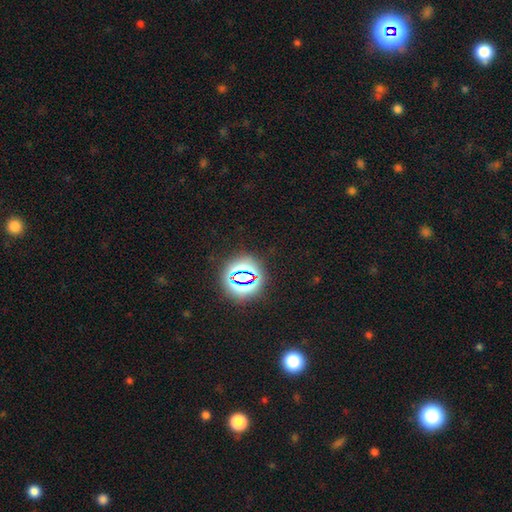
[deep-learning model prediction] Smooth or featured: star or artifact — 78% (smooth — 16%)